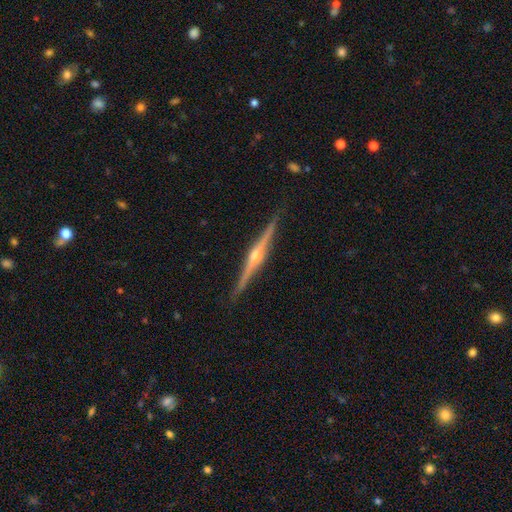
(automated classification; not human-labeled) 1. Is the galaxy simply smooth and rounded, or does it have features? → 87% featured or disk, 8% smooth, 5% star or artifact.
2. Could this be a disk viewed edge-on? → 99% yes, 1% no.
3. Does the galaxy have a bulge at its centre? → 92% rounded, 4% boxy, 3% none.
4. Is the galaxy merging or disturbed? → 91% none, 7% minor disturbance, 1% major disturbance, 1% merger.